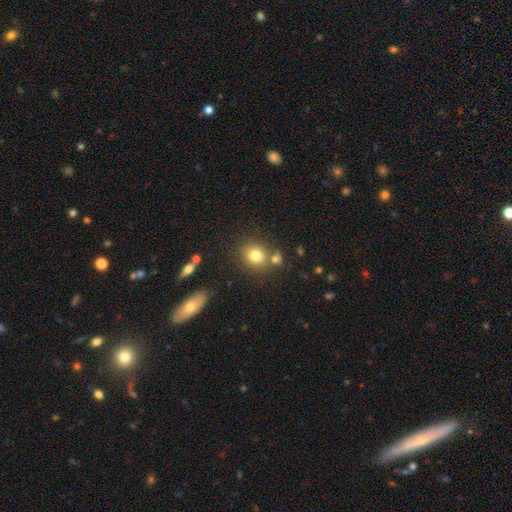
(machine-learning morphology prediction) Smooth or featured? smooth (78%)
How rounded? round (75%)
Merging? none (71%)